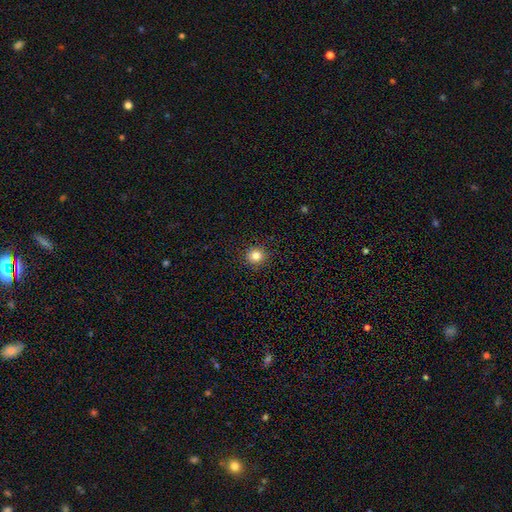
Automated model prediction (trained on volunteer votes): This is clearly a smooth galaxy (83%). How rounded: clearly round (92%). Merging: clearly none (92%).